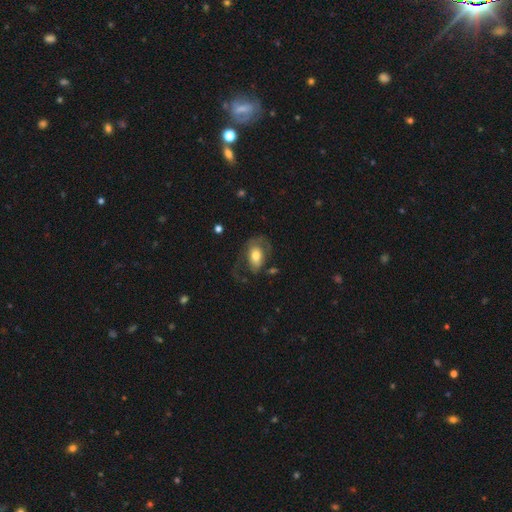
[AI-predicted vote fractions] This is possibly a smooth galaxy (57%). How rounded: clearly in between (86%). Merging: marginally major disturbance (38%, tied with none).